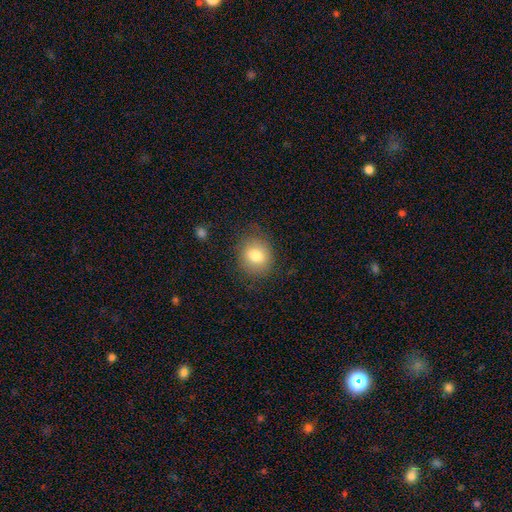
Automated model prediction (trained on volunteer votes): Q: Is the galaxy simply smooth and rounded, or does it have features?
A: smooth — 79%.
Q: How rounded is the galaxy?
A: round — 74%.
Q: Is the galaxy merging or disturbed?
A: none — 80%.